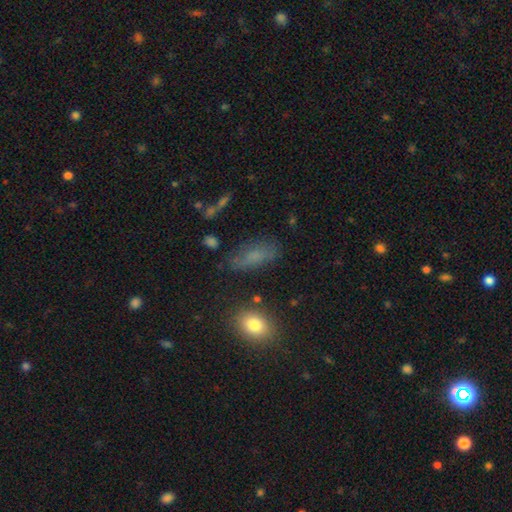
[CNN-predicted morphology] This appears to be a smooth galaxy with no disk features (68%) that is in between round and cigar-shaped (82%). Merging: none (67%).